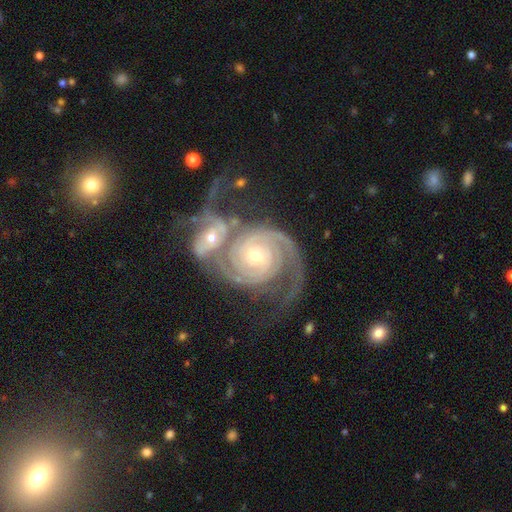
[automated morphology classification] featured or disk 93%, star or artifact 4%, smooth 3%. Down the decision tree: edge-on disk — no (97%); bar — no (63%); spiral arms — yes (99%); spiral arm count — 2 (70%); spiral winding — tight (66%); bulge size — small (52%); merging — merger (60%).